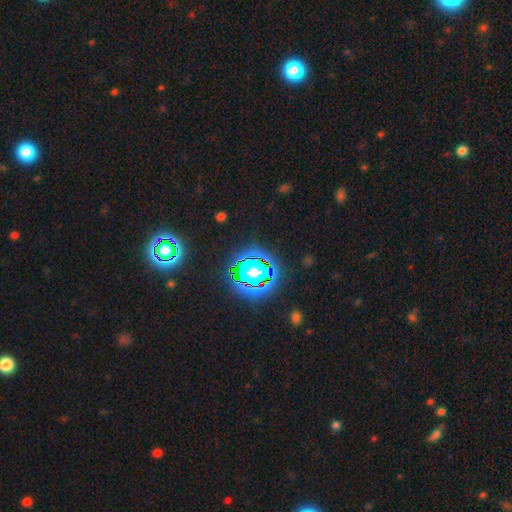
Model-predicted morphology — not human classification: Smooth or featured? star or artifact (81%)